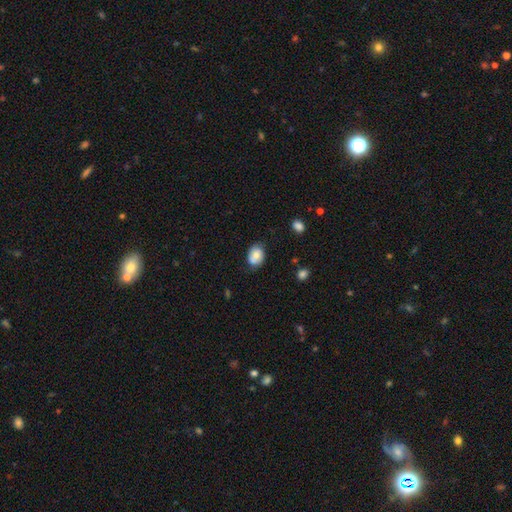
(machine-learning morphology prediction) The model was most divided on "how rounded": in between: 63%, round: 36%, cigar-shaped: 1%. More confident: smooth or featured — smooth (72%); merging — none (61%).